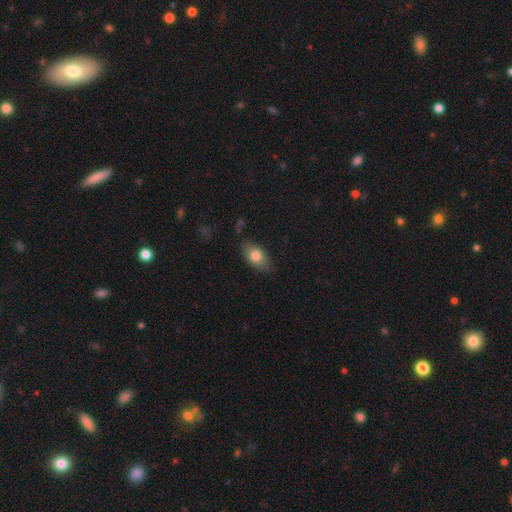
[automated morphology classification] Overall: smooth (77%). How rounded: in between (88%). Merging: none (77%).